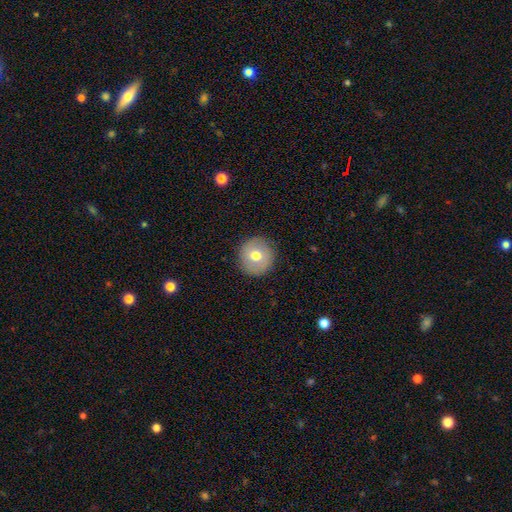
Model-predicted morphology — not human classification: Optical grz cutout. It shows a smooth galaxy with no disk features (70%) that is round (94%). Merging: none (89%).